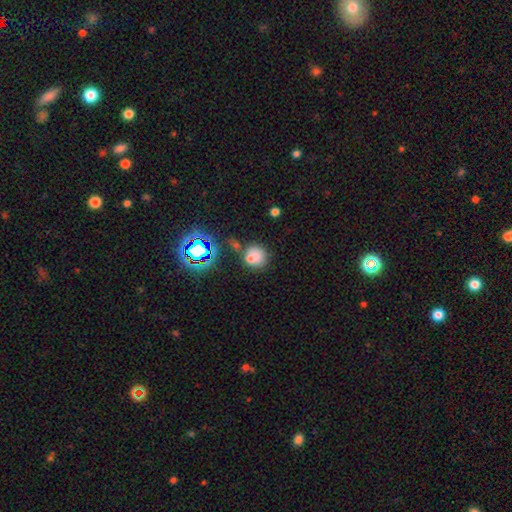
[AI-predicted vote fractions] This appears to be a smooth galaxy with no disk features (71%) that is round (85%). Merging: none (61%).